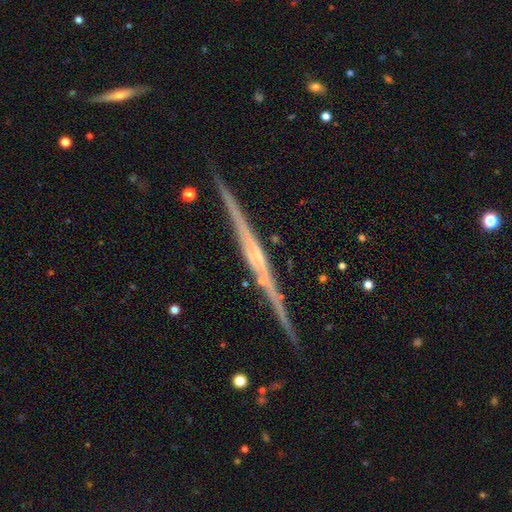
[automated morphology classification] smooth_or_featured: featured or disk (p=0.85) [alt: smooth p=0.10]
disk_edge_on: yes (p=0.98) [alt: no p=0.02]
edge_on_bulge: rounded (p=0.45) [alt: none p=0.40]
merging: none (p=0.88) [alt: minor disturbance p=0.08]